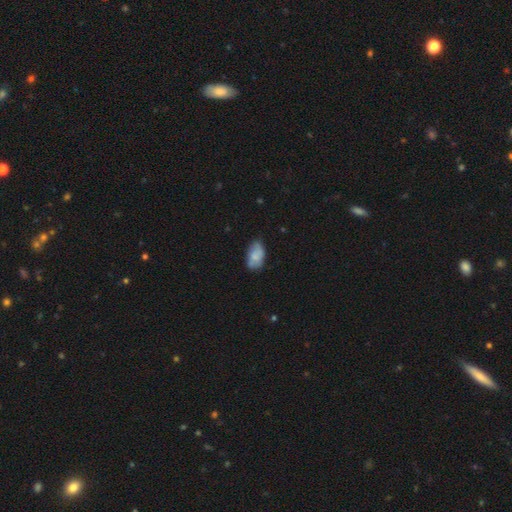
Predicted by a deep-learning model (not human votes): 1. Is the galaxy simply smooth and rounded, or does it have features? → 74% smooth, 19% featured or disk, 7% star or artifact.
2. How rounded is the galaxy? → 93% in between, 5% round, 2% cigar-shaped.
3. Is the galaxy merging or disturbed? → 62% none, 30% minor disturbance, 6% major disturbance, 2% merger.